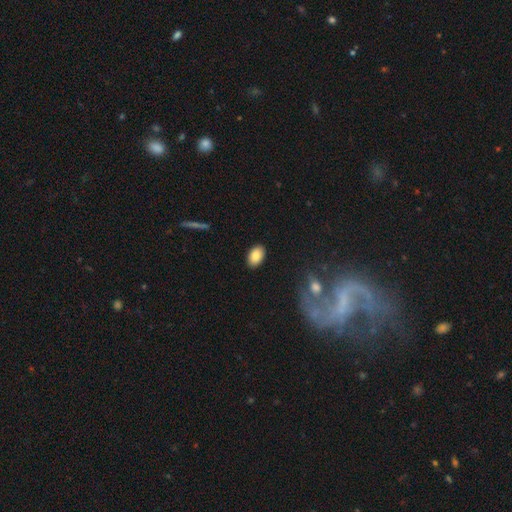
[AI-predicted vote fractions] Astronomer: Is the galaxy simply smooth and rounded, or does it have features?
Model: smooth — 85%.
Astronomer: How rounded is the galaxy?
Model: in between — 91%.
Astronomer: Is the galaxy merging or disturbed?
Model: none — 89%.